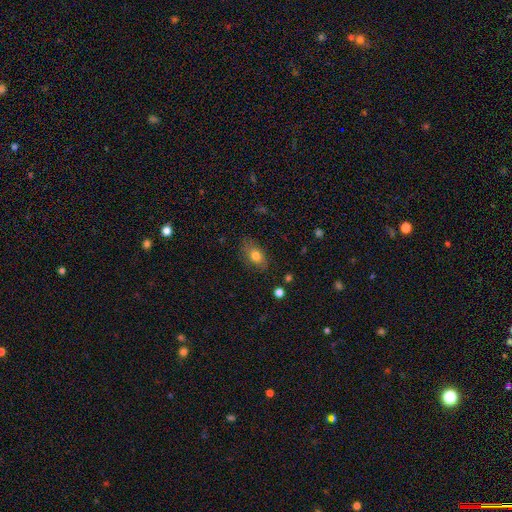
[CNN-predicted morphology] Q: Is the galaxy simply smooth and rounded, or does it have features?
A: smooth — 75%.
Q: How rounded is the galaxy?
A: in between — 81%.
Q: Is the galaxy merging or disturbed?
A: none — 78%.